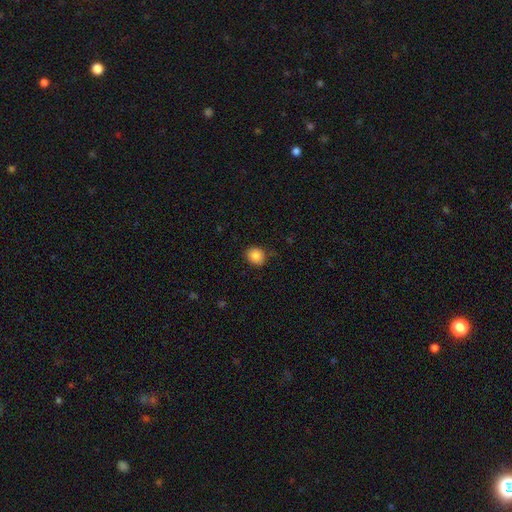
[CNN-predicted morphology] A smooth galaxy with no disk features (85%) that is round (74%).

Vote fractions:
- Smooth or featured? smooth: 85% / star or artifact: 9% / featured or disk: 5%
- How rounded? round: 74% / in between: 25% / cigar-shaped: 1%
- Merging? none: 83% / minor disturbance: 13% / major disturbance: 3% / merger: 1%